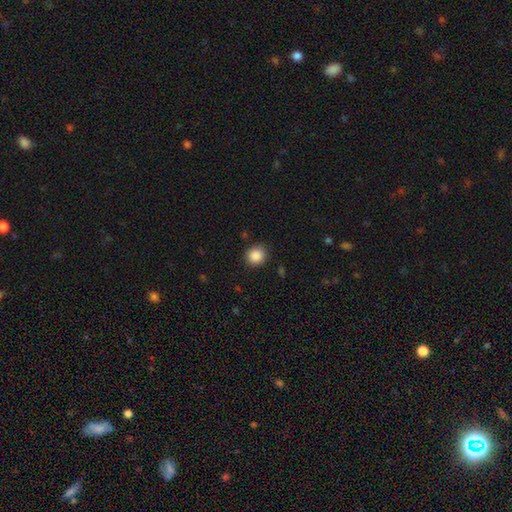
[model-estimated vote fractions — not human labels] smooth-or-featured: smooth: 87% | star or artifact: 9% | featured or disk: 3%
  how-rounded: round: 83% | in between: 16% | cigar-shaped: 1%
  merging: none: 87% | minor disturbance: 9% | major disturbance: 3% | merger: 1%